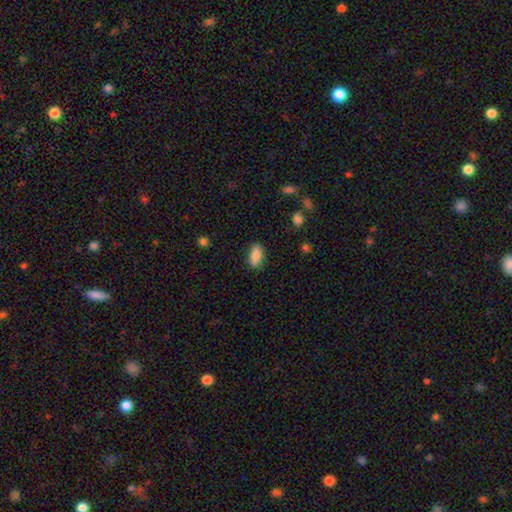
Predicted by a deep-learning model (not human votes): Overall: smooth (86%). How rounded: in between (87%). Merging: none (82%).